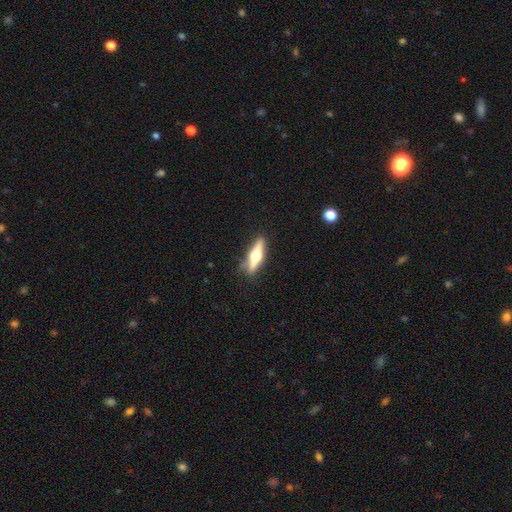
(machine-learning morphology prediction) type=featured or disk (61%); edge-on=yes (95%); edge-on bulge=rounded (95%); merging=none (85%).